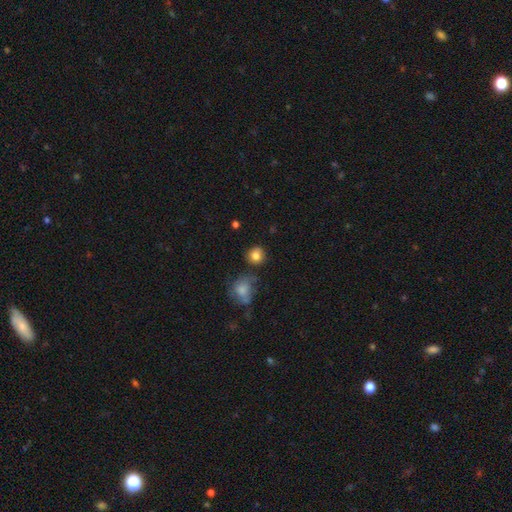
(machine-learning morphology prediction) Smooth or featured: smooth — 83% (star or artifact — 10%)
How rounded: round — 86% (in between — 13%)
Merging: none — 77% (minor disturbance — 13%)